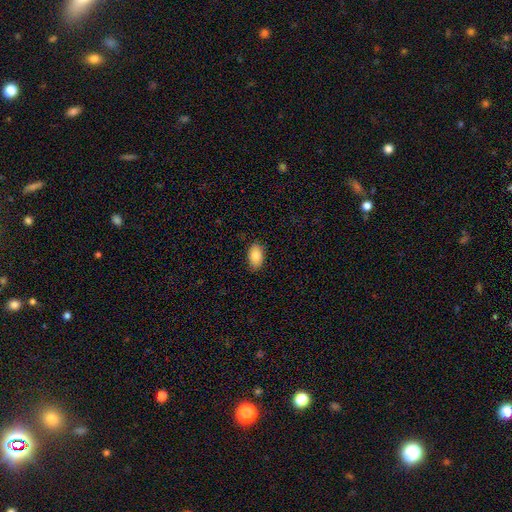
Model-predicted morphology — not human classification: Overall: smooth (86%). How rounded: in between (93%). Merging: none (86%).